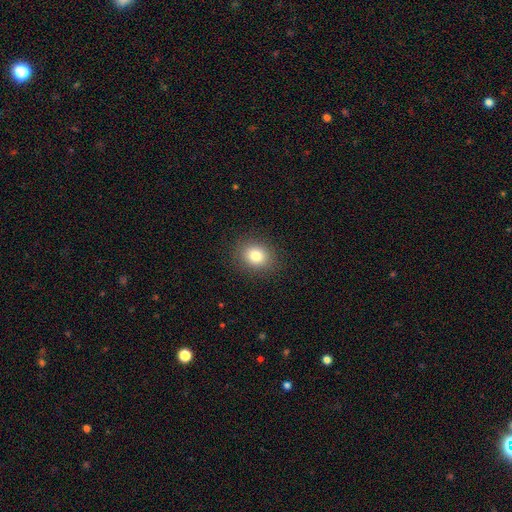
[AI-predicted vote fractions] Overall: smooth (81%). How rounded: round (53%; in between 46%). Merging: none (88%).